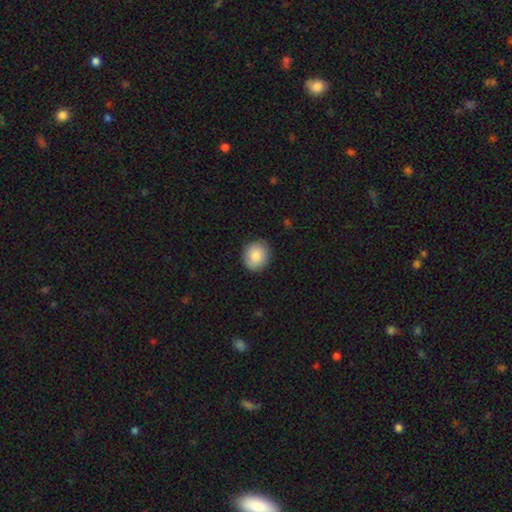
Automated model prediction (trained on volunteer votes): Overall: smooth (86%). How rounded: round (79%). Merging: none (87%).